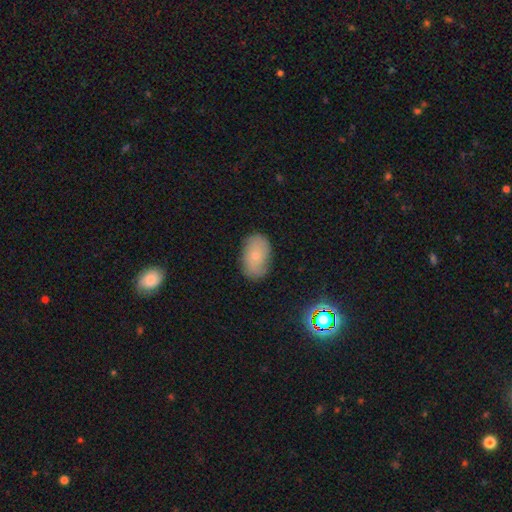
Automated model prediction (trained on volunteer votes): Overall: smooth (64%; featured or disk 26%). How rounded: in between (88%). Merging: none (78%).